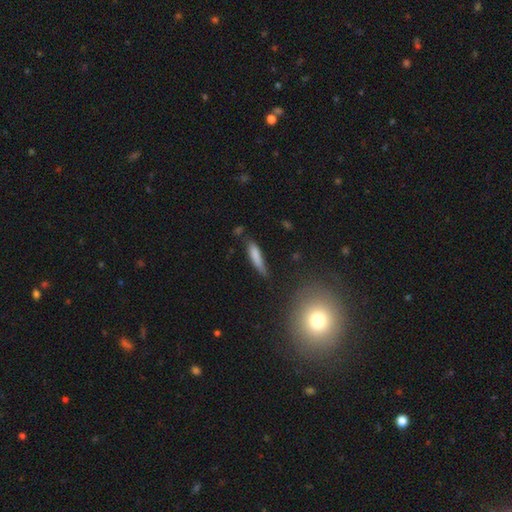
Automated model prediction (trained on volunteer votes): Smooth or featured? Predicted: smooth (p=0.78). How rounded? Predicted: cigar-shaped (p=0.80). Merging? Predicted: none (p=0.60).